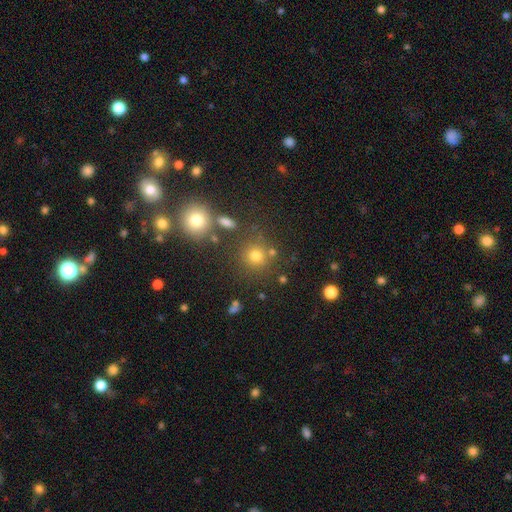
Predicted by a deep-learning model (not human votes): Morphology: type=smooth (72%); roundness=round (90%); merging=none (78%).